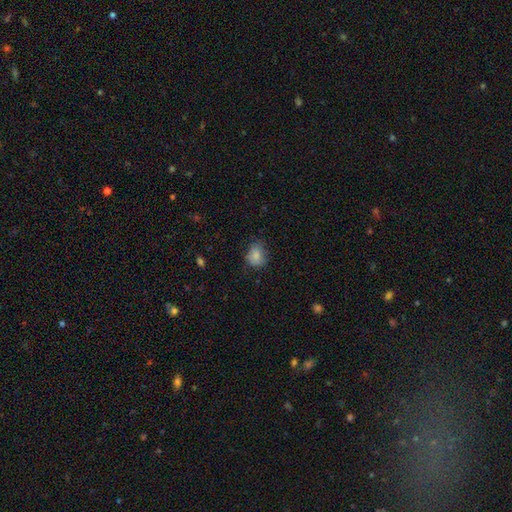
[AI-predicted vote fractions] smooth_or_featured: smooth (p=0.83) [alt: star or artifact p=0.09]
how_rounded: round (p=0.51) [alt: in between p=0.48]
merging: none (p=0.62) [alt: minor disturbance p=0.29]